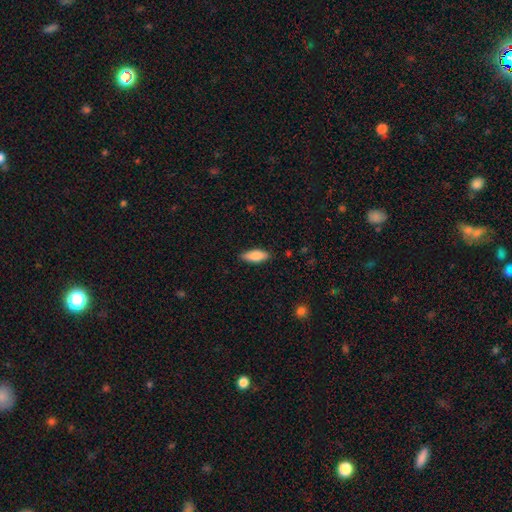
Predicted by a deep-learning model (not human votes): The model was most divided on "how rounded": in between: 72%, cigar-shaped: 25%, round: 2%. More confident: merging — none (86%); smooth or featured — smooth (82%).